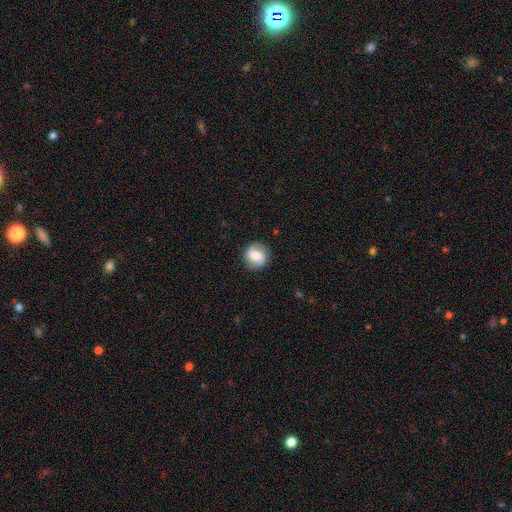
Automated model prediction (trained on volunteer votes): The model was most divided on "smooth or featured": smooth: 49%, featured or disk: 43%, star or artifact: 8%. More confident: merging — none (85%).